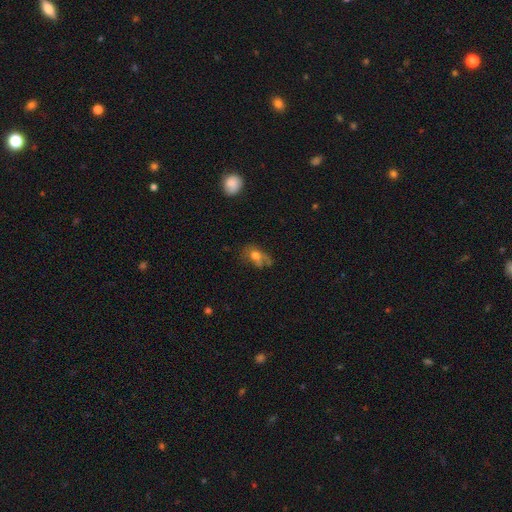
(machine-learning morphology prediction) The model was most divided on "merging": none: 38%, major disturbance: 30%, minor disturbance: 28%, merger: 5%. More confident: how rounded — in between (72%); smooth or featured — smooth (59%).